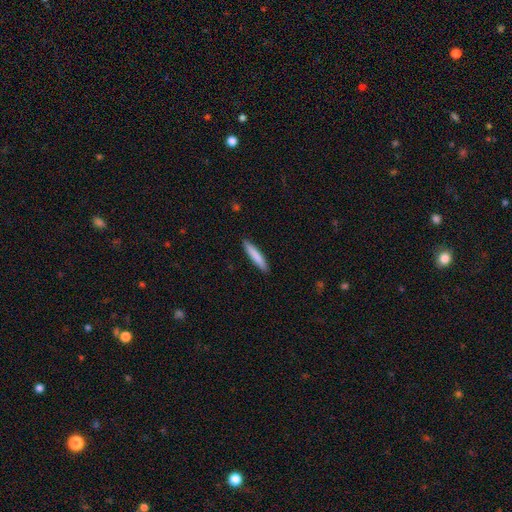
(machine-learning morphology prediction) The model was most divided on "smooth or featured": smooth: 82%, featured or disk: 12%, star or artifact: 5%. More confident: how rounded — cigar-shaped (91%); merging — none (91%).